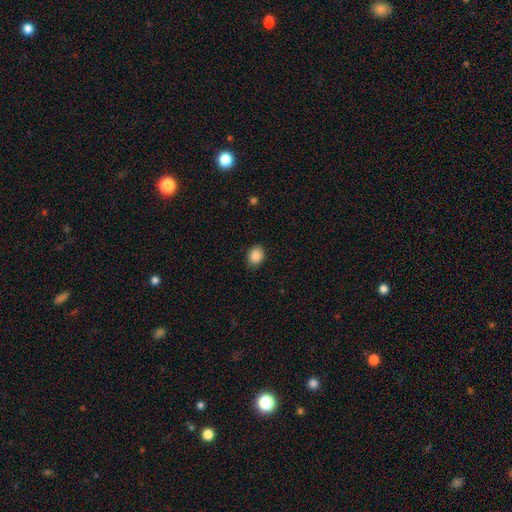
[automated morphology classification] A smooth galaxy with no disk features (88%) that is in between round and cigar-shaped (56%).

Vote fractions:
- Smooth or featured? smooth: 88% / star or artifact: 8% / featured or disk: 4%
- How rounded? in between: 56% / round: 43% / cigar-shaped: 1%
- Merging? none: 84% / minor disturbance: 12% / major disturbance: 2% / merger: 1%